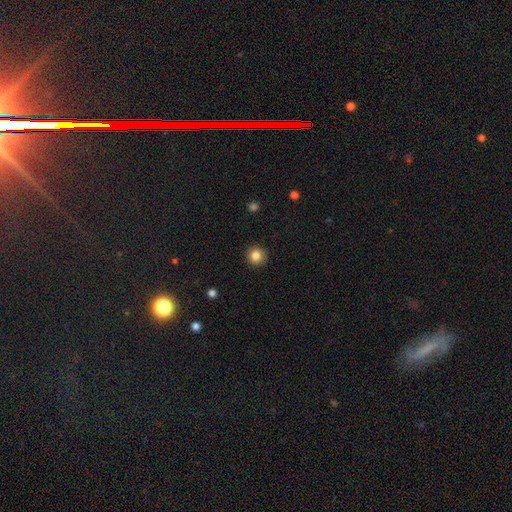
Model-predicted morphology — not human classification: A smooth galaxy with no disk features (84%) that is round (94%).

Vote fractions:
- Smooth or featured? smooth: 84% / star or artifact: 11% / featured or disk: 5%
- How rounded? round: 94% / in between: 5% / cigar-shaped: 1%
- Merging? none: 92% / minor disturbance: 6% / major disturbance: 2% / merger: 1%